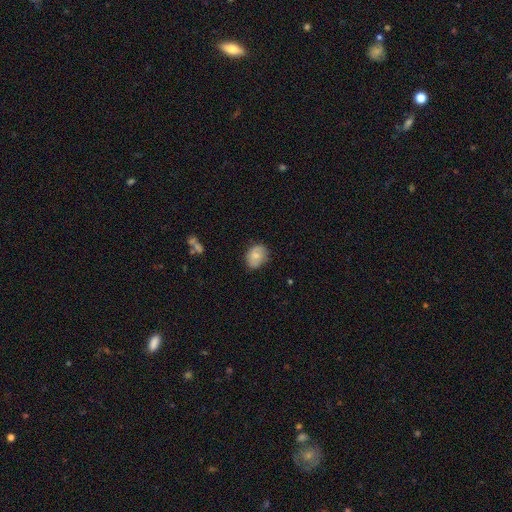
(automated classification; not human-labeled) Q: Smooth or featured?
A: smooth (76%); runner-up: featured or disk (16%)
Q: How rounded?
A: in between (64%); runner-up: round (35%)
Q: Merging?
A: none (75%); runner-up: minor disturbance (20%)